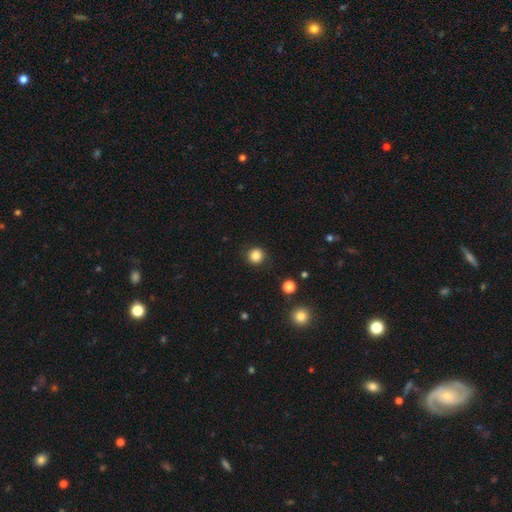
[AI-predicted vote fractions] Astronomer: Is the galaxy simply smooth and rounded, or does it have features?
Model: smooth — 84%.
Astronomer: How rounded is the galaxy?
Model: round — 94%.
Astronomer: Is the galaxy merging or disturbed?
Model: none — 90%.